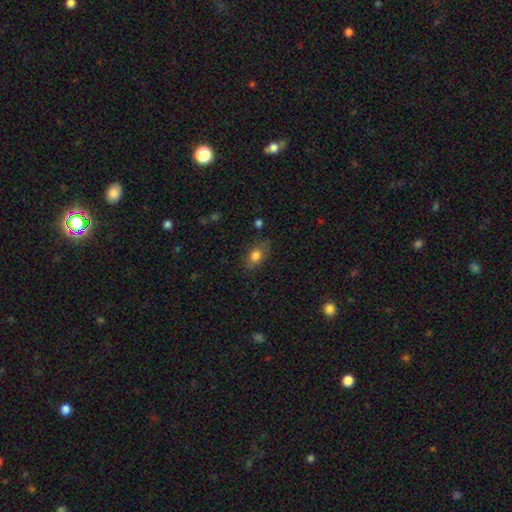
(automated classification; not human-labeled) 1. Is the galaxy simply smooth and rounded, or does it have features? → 81% smooth, 10% featured or disk, 9% star or artifact.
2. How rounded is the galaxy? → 79% in between, 19% round, 3% cigar-shaped.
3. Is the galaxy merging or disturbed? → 74% none, 19% minor disturbance, 5% major disturbance, 2% merger.